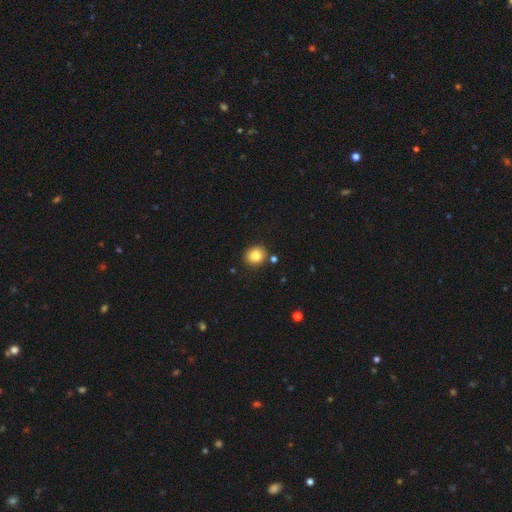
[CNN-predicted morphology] Q: Smooth or featured?
A: smooth (85%); runner-up: star or artifact (10%)
Q: How rounded?
A: round (76%); runner-up: in between (23%)
Q: Merging?
A: none (83%); runner-up: minor disturbance (10%)